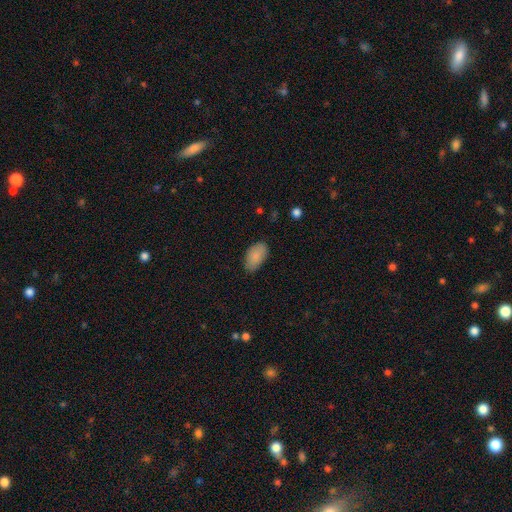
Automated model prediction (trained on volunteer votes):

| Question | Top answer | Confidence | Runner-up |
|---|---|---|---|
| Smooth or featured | smooth | 87% | star or artifact (7%) |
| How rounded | in between | 94% | round (4%) |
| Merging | none | 79% | minor disturbance (17%) |